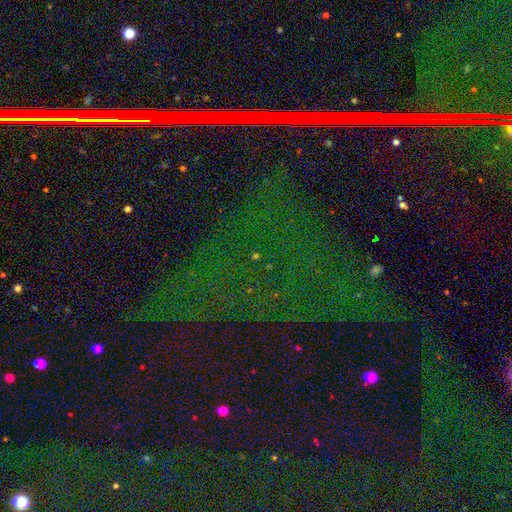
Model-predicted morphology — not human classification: Smooth or featured?
  - star or artifact: 86% *
  - smooth: 7%
  - featured or disk: 7%